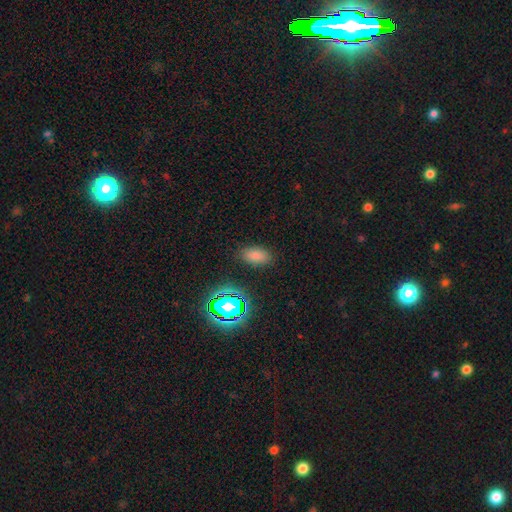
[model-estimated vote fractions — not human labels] smooth_or_featured: smooth (p=0.77) [alt: star or artifact p=0.17]
how_rounded: in between (p=0.91) [alt: round p=0.05]
merging: none (p=0.86) [alt: minor disturbance p=0.09]